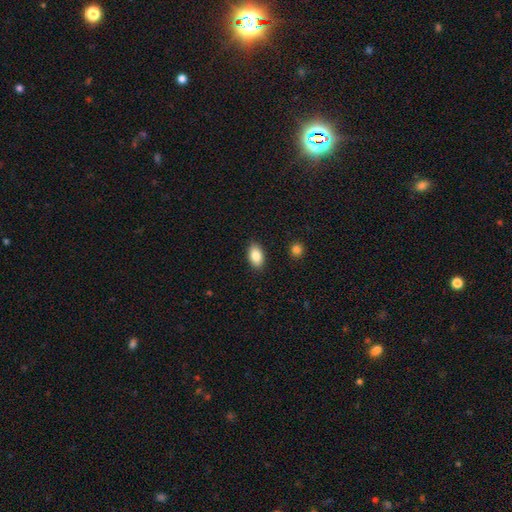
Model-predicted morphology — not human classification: A smooth galaxy with no disk features (86%) that is in between round and cigar-shaped (92%).

Vote fractions:
- Smooth or featured? smooth: 86% / star or artifact: 7% / featured or disk: 6%
- How rounded? in between: 92% / round: 6% / cigar-shaped: 2%
- Merging? none: 88% / minor disturbance: 8% / major disturbance: 2% / merger: 1%